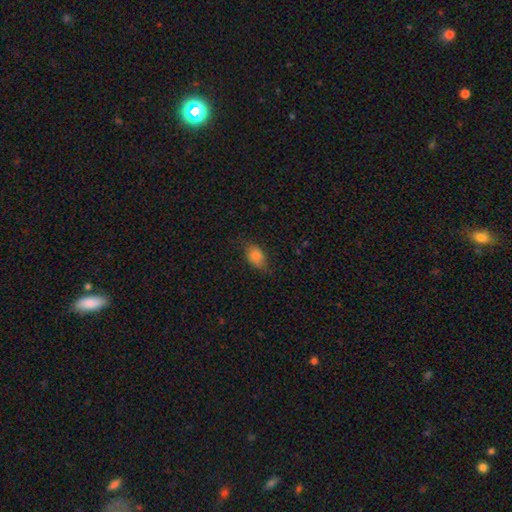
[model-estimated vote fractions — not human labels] Smooth or featured: smooth — 79% (featured or disk — 12%)
How rounded: in between — 82% (round — 16%)
Merging: none — 67% (minor disturbance — 25%)